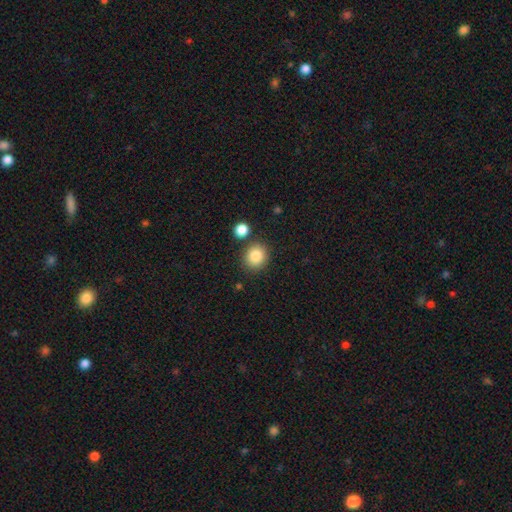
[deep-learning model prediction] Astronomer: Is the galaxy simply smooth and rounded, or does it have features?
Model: smooth — 85%.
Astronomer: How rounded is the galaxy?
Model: round — 80%.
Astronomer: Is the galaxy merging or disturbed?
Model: none — 81%.